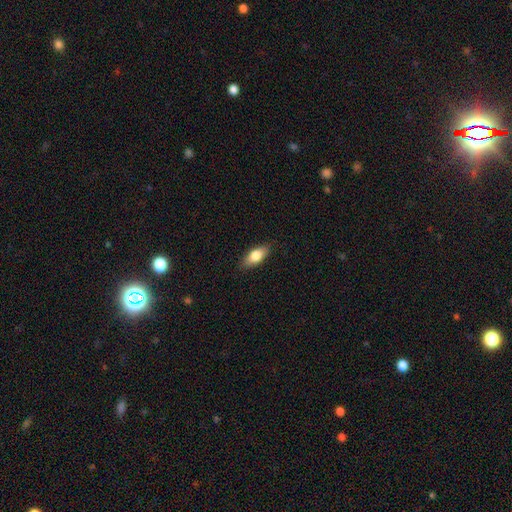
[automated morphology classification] type=smooth (75%); roundness=in between (81%); merging=none (87%).